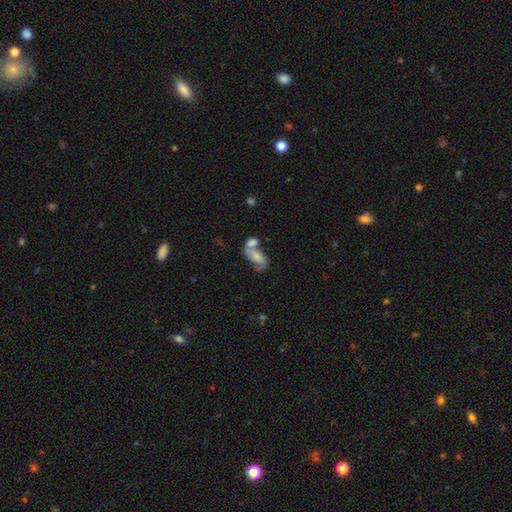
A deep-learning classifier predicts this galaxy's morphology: Q: Smooth or featured?
A: featured or disk (46%); runner-up: smooth (45%)
Q: Merging?
A: merger (55%); runner-up: none (22%)